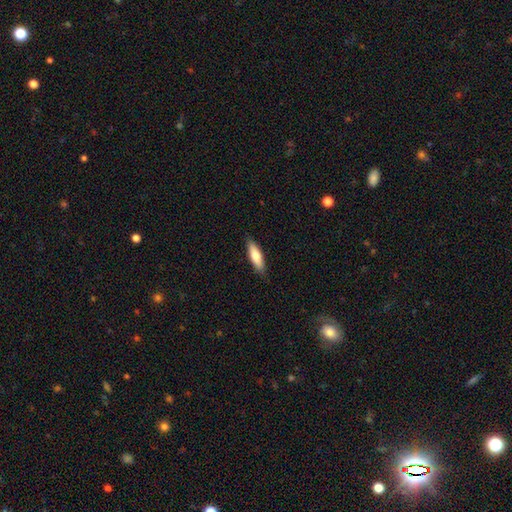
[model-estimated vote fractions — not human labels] The model was most divided on "how rounded": cigar-shaped: 55%, in between: 43%, round: 2%. More confident: merging — none (87%); smooth or featured — smooth (72%).